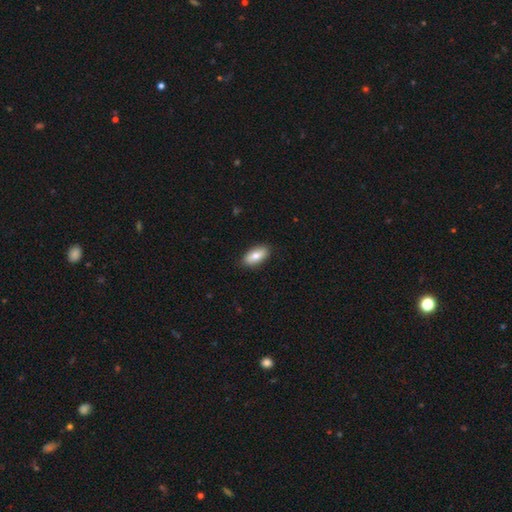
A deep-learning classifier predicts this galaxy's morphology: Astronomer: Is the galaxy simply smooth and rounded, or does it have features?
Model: smooth — 75%.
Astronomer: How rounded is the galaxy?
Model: in between — 88%.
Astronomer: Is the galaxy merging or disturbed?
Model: none — 88%.